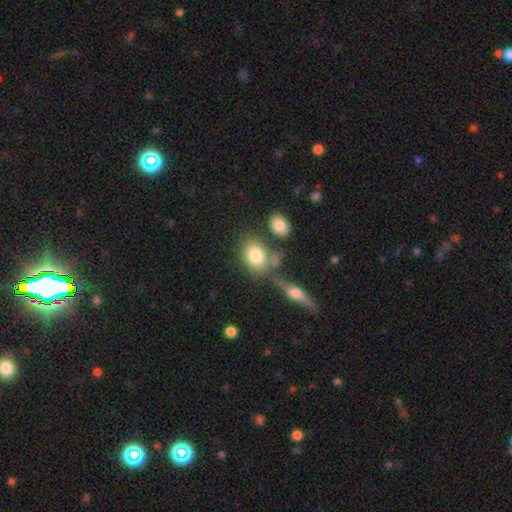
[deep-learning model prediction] Overall: smooth (77%). How rounded: in between (70%). Merging: none (57%; merger 22%).